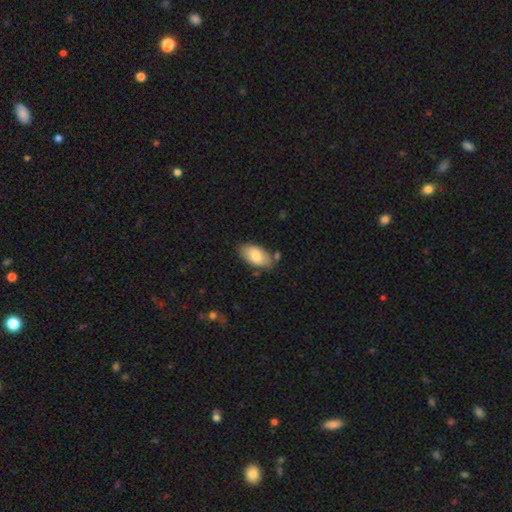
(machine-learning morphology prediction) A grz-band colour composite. It shows a smooth galaxy with no disk features (81%) that is in between round and cigar-shaped (94%). Merging: none (73%).